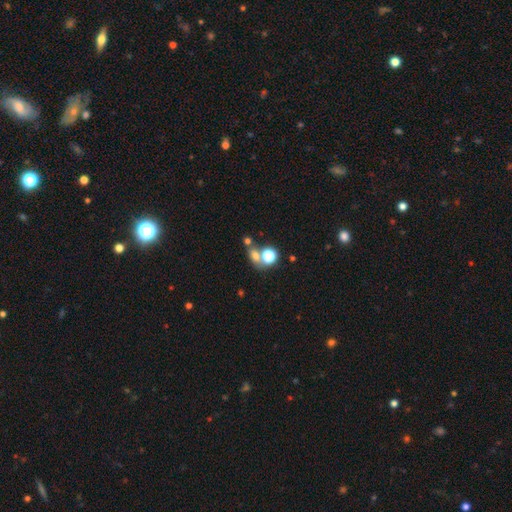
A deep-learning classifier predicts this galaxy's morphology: A smooth galaxy with no disk features (61%) that is round (54%).

Vote fractions:
- Smooth or featured? smooth: 61% / star or artifact: 25% / featured or disk: 14%
- How rounded? round: 54% / in between: 43% / cigar-shaped: 3%
- Merging? none: 44% / merger: 40% / minor disturbance: 9% / major disturbance: 6%